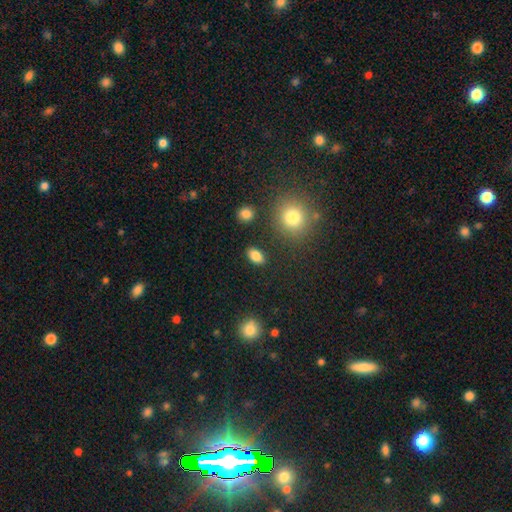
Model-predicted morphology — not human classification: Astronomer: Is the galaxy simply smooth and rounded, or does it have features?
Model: smooth — 85%.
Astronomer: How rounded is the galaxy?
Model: in between — 88%.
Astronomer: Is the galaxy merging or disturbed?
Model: none — 87%.